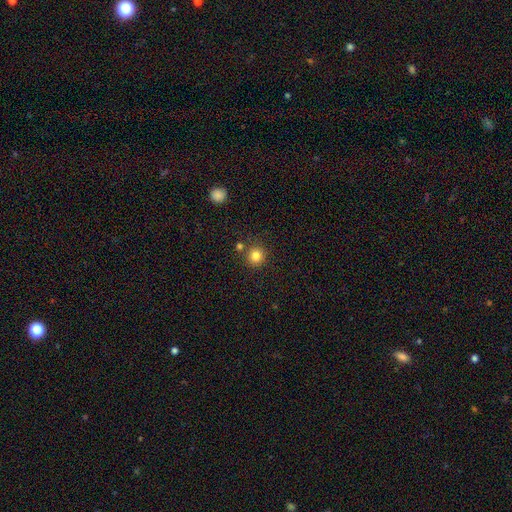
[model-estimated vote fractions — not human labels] This is clearly a smooth galaxy (82%). How rounded: clearly round (93%). Merging: clearly none (81%).